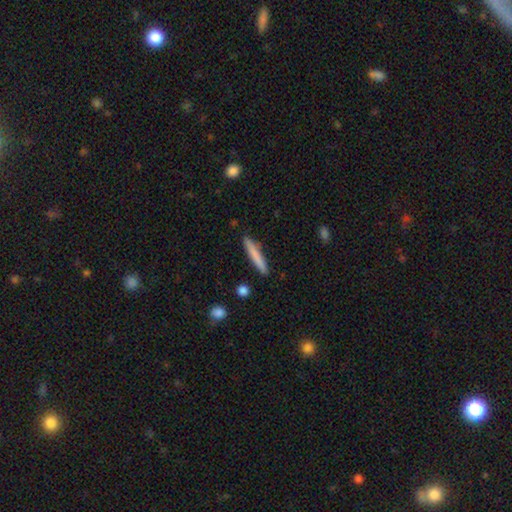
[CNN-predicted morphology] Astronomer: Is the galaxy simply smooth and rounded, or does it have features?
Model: smooth — 76%.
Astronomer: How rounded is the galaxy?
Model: cigar-shaped — 95%.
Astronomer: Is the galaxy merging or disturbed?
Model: none — 89%.